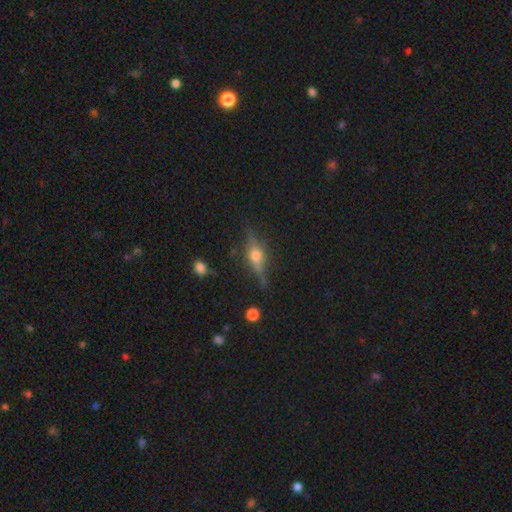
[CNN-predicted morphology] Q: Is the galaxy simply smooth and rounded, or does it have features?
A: featured or disk — 74%.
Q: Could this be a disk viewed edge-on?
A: yes — 94%.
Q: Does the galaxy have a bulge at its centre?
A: rounded — 93%.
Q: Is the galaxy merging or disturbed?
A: none — 83%.